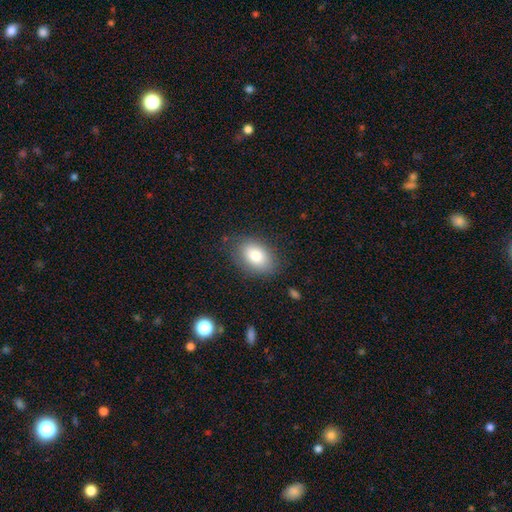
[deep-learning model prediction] A smooth galaxy with no disk features (81%) that is in between round and cigar-shaped (86%).

Vote fractions:
- Smooth or featured? smooth: 81% / featured or disk: 11% / star or artifact: 8%
- How rounded? in between: 86% / round: 13% / cigar-shaped: 1%
- Merging? none: 79% / minor disturbance: 14% / major disturbance: 5% / merger: 1%